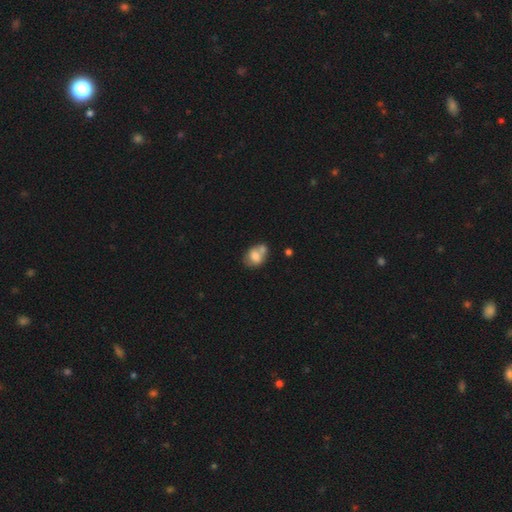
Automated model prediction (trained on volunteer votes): smooth-or-featured: smooth: 69% | featured or disk: 22% | star or artifact: 9%
  how-rounded: in between: 64% | round: 34% | cigar-shaped: 1%
  merging: merger: 46% | none: 30% | minor disturbance: 17% | major disturbance: 7%